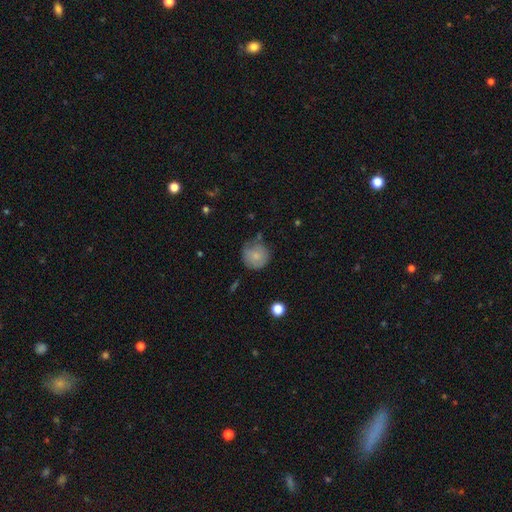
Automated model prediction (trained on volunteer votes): Overall: smooth (80%). How rounded: round (92%). Merging: none (65%).